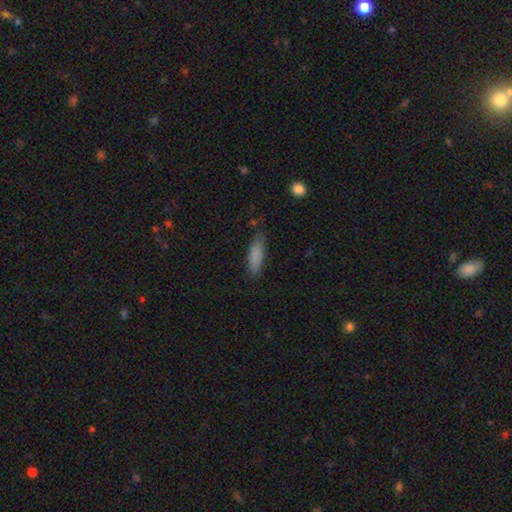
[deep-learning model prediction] Overall: smooth (84%). How rounded: cigar-shaped (61%; in between 38%). Merging: none (77%).